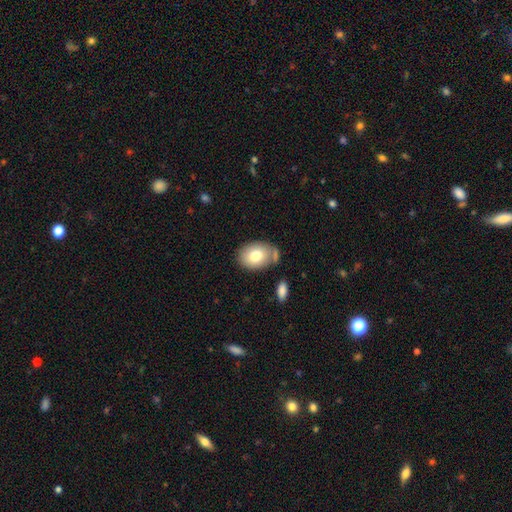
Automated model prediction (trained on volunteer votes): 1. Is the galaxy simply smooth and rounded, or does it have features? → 79% smooth, 14% featured or disk, 7% star or artifact.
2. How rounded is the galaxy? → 77% in between, 22% round, 1% cigar-shaped.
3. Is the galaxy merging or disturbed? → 66% none, 17% minor disturbance, 12% merger, 5% major disturbance.